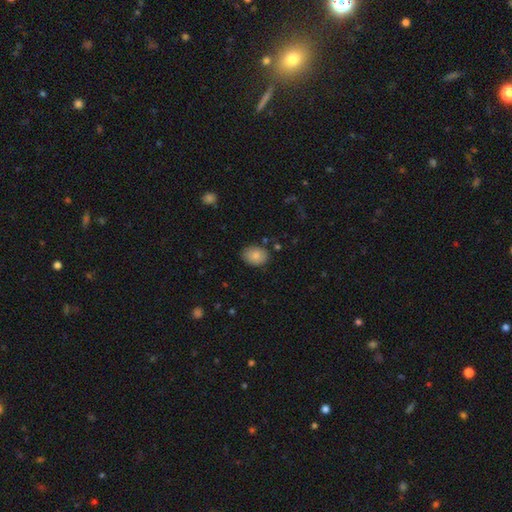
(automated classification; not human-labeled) This is clearly a smooth galaxy (85%). How rounded: likely in between (68%). Merging: clearly none (83%).